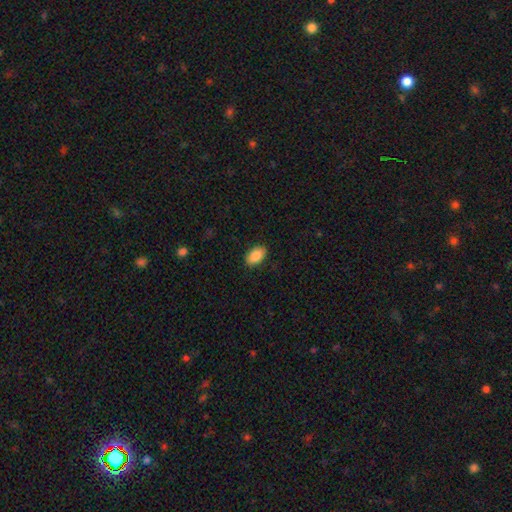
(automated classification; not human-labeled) The model was most divided on "merging": none: 89%, minor disturbance: 8%, major disturbance: 2%, merger: 1%. More confident: how rounded — in between (93%); smooth or featured — smooth (88%).